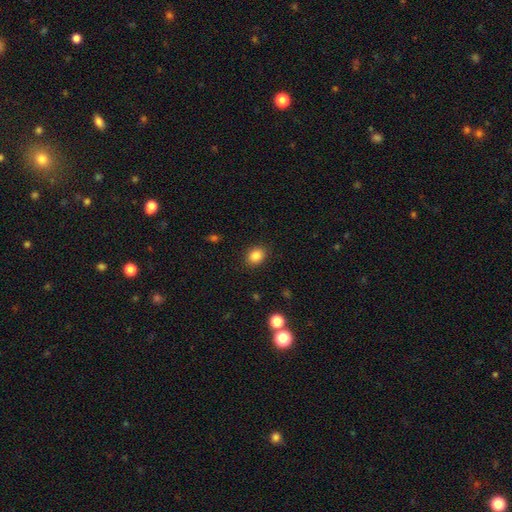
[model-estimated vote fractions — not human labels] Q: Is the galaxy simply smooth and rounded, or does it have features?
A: smooth — 86%.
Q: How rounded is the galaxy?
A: in between — 58%.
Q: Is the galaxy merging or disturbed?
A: none — 88%.